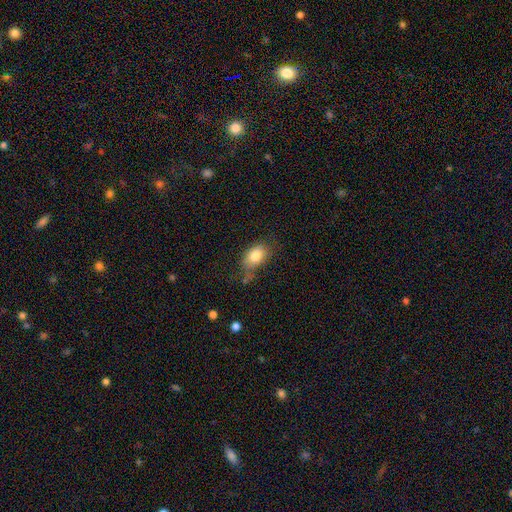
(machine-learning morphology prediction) smooth_or_featured: smooth (p=0.80) [alt: featured or disk p=0.12]
how_rounded: in between (p=0.82) [alt: round p=0.16]
merging: none (p=0.48) [alt: minor disturbance p=0.30]